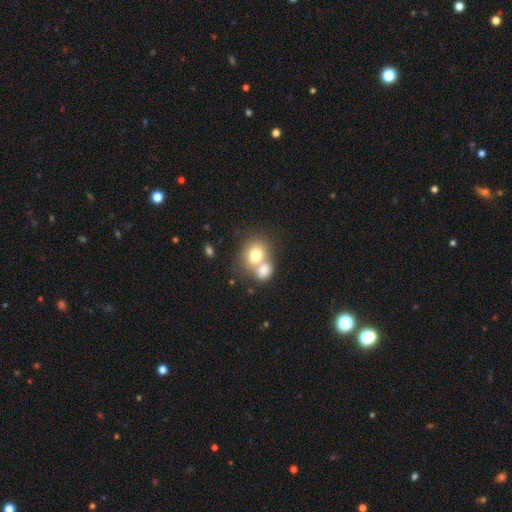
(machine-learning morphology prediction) Smooth or featured?
  - smooth: 75% *
  - featured or disk: 15%
  - star or artifact: 9%
How rounded?
  - round: 58% *
  - in between: 41%
  - cigar-shaped: 1%
Merging?
  - merger: 59% *
  - none: 30%
  - minor disturbance: 8%
  - major disturbance: 4%